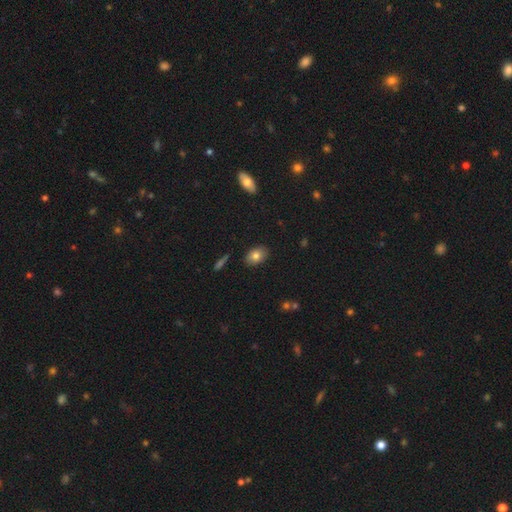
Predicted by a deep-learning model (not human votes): The model was most divided on "how rounded": in between: 82%, round: 16%, cigar-shaped: 1%. More confident: merging — none (86%); smooth or featured — smooth (81%).